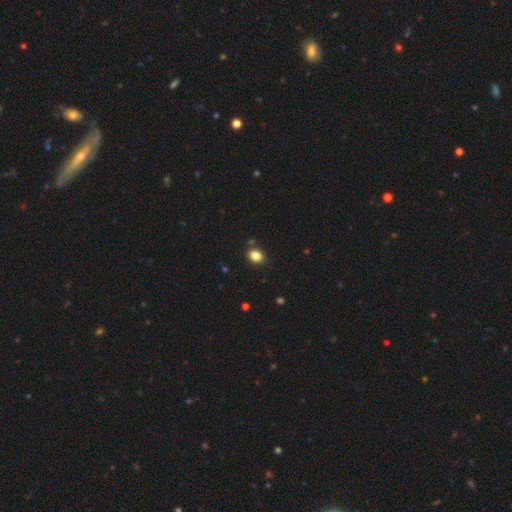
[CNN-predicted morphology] A smooth galaxy with no disk features (85%) that is in between round and cigar-shaped (51%). Merging: none (86%).